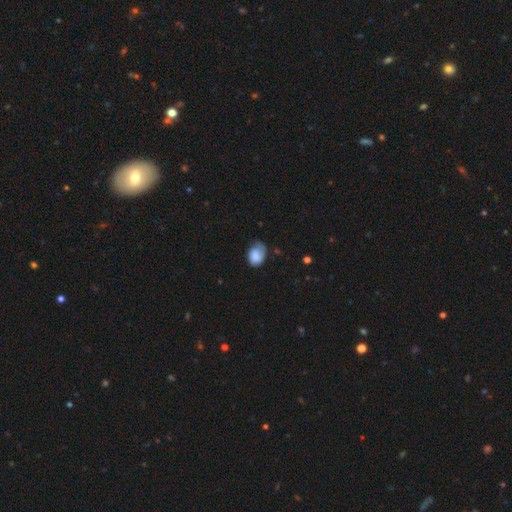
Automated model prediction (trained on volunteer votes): Overall: smooth (69%). How rounded: in between (71%). Merging: none (47%; minor disturbance 36%).